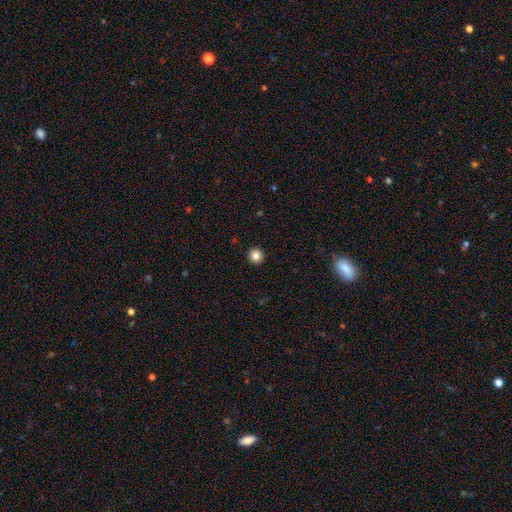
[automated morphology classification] This appears to be a smooth galaxy with no disk features (84%) that is round (95%). Merging: none (94%).